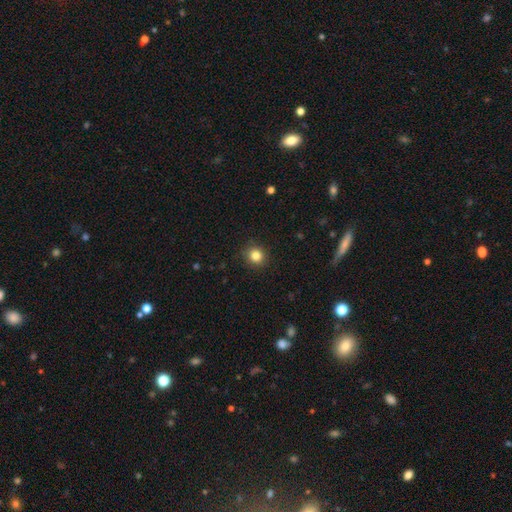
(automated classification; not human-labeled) Smooth or featured: smooth — 84% (star or artifact — 11%)
How rounded: round — 88% (in between — 11%)
Merging: none — 91% (minor disturbance — 6%)